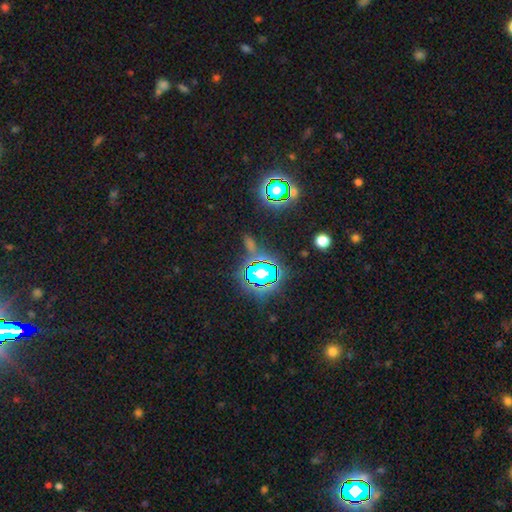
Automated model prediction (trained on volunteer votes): A star or artifact, not a galaxy (81%).

Vote fractions:
- Smooth or featured? star or artifact: 81% / smooth: 12% / featured or disk: 7%